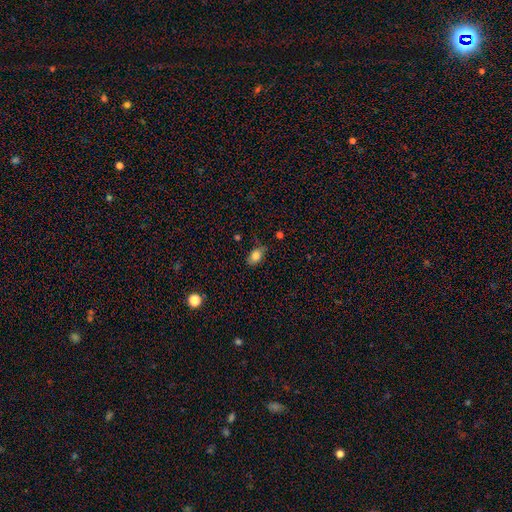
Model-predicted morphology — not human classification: Smooth or featured?
  - smooth: 81% *
  - featured or disk: 10%
  - star or artifact: 9%
How rounded?
  - in between: 83% *
  - round: 15%
  - cigar-shaped: 2%
Merging?
  - none: 71% *
  - minor disturbance: 23%
  - major disturbance: 5%
  - merger: 2%